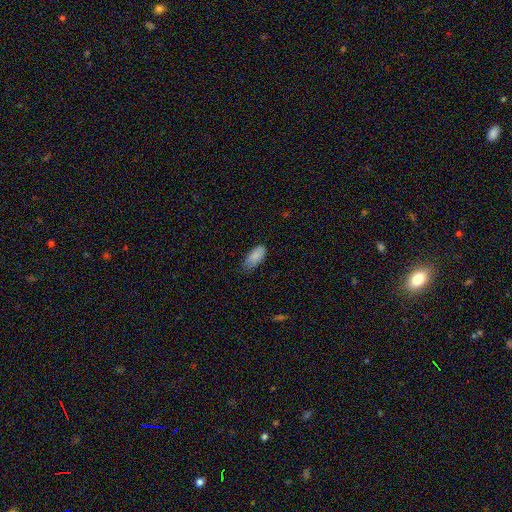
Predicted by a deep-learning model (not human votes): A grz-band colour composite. It shows a smooth galaxy with no disk features (87%) that is in between round and cigar-shaped (89%). Merging: none (70%).